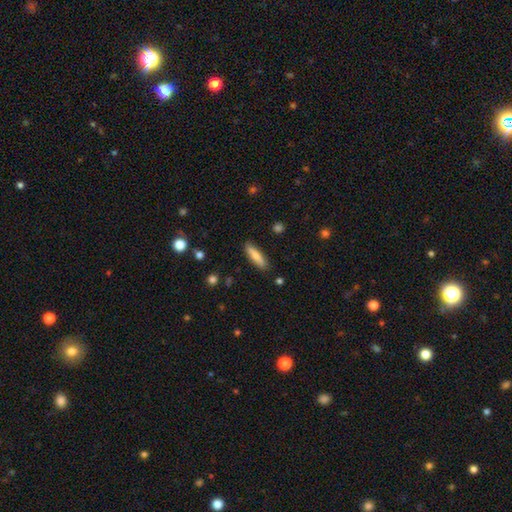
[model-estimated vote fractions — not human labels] smooth 73%, featured or disk 20%, star or artifact 6%. Down the decision tree: how rounded — cigar-shaped (69%); merging — none (87%).